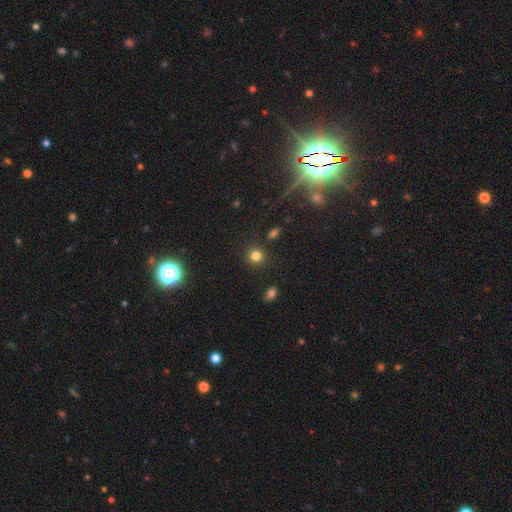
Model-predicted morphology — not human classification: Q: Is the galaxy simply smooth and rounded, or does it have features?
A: smooth — 80%.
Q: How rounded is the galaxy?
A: round — 86%.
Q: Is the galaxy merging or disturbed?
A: none — 85%.